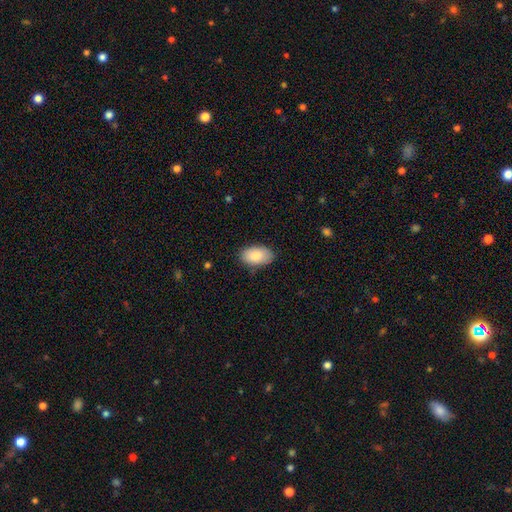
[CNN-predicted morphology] A smooth galaxy with no disk features (85%) that is in between round and cigar-shaped (94%).

Vote fractions:
- Smooth or featured? smooth: 85% / featured or disk: 9% / star or artifact: 6%
- How rounded? in between: 94% / round: 4% / cigar-shaped: 1%
- Merging? none: 82% / minor disturbance: 15% / major disturbance: 3% / merger: 1%